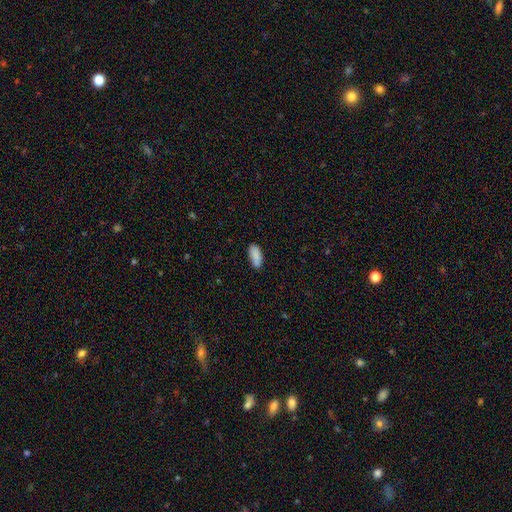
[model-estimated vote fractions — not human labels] A smooth galaxy with no disk features (87%) that is in between round and cigar-shaped (83%). Merging: none (74%).